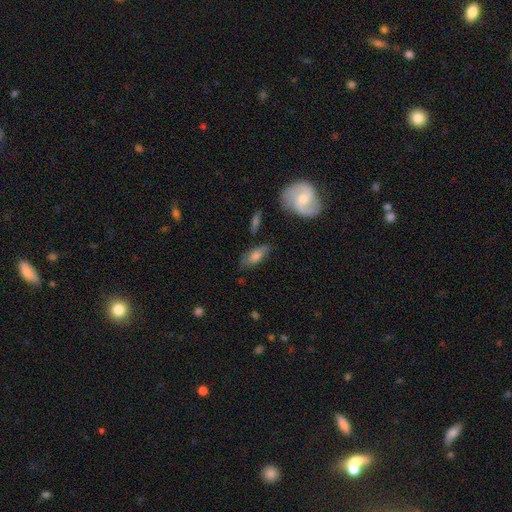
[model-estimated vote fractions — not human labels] smooth-or-featured: smooth: 59% | featured or disk: 32% | star or artifact: 9%
  how-rounded: in between: 76% | cigar-shaped: 19% | round: 5%
  merging: none: 65% | minor disturbance: 23% | major disturbance: 8% | merger: 5%